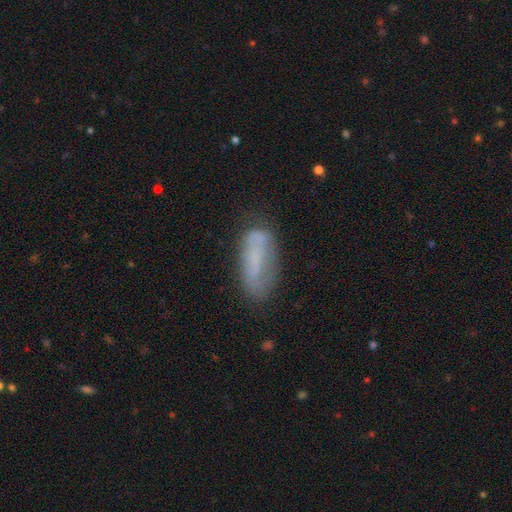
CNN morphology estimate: smooth 55%, featured or disk 34%, star or artifact 11%. Down the decision tree: how rounded — in between (68%); merging — none (63%).